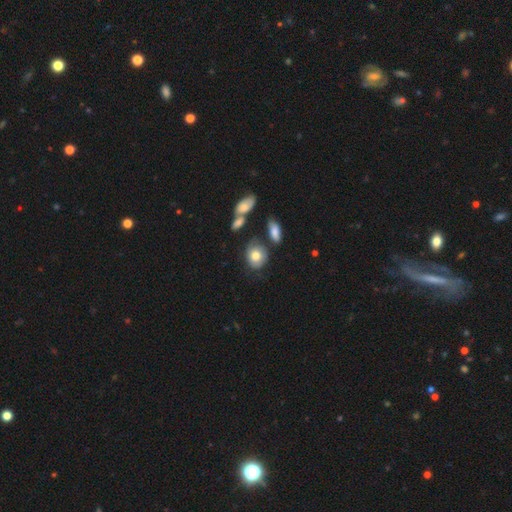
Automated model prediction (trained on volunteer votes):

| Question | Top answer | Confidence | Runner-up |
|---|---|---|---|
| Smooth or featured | smooth | 73% | featured or disk (19%) |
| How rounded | in between | 53% | round (45%) |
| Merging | none | 54% | minor disturbance (24%) |